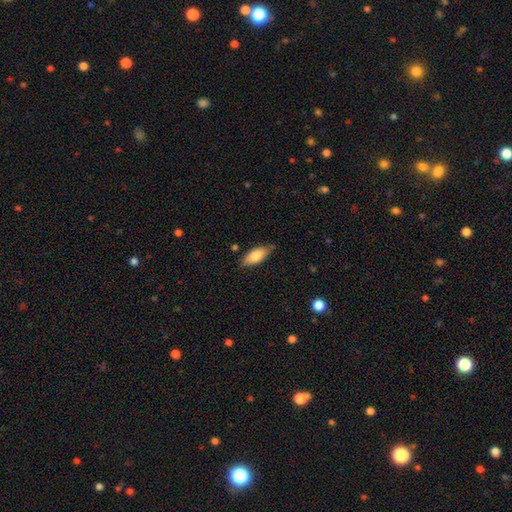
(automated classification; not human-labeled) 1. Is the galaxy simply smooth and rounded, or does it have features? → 80% smooth, 14% featured or disk, 6% star or artifact.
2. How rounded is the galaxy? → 84% in between, 13% cigar-shaped, 2% round.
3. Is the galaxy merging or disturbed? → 75% none, 20% minor disturbance, 3% major disturbance, 2% merger.